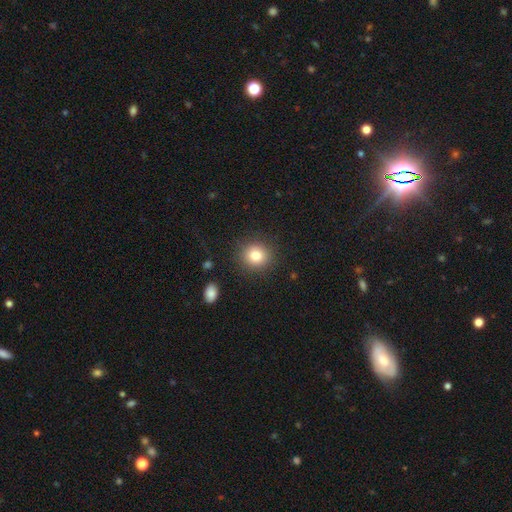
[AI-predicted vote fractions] Smooth or featured?
  - smooth: 81% *
  - star or artifact: 11%
  - featured or disk: 8%
How rounded?
  - round: 88% *
  - in between: 11%
  - cigar-shaped: 1%
Merging?
  - none: 89% *
  - minor disturbance: 7%
  - major disturbance: 3%
  - merger: 1%